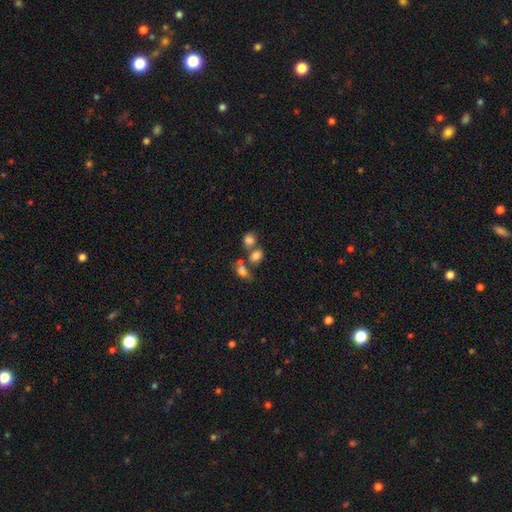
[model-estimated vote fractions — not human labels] Morphology: type=smooth (76%); roundness=in between (61%); merging=none (41%).